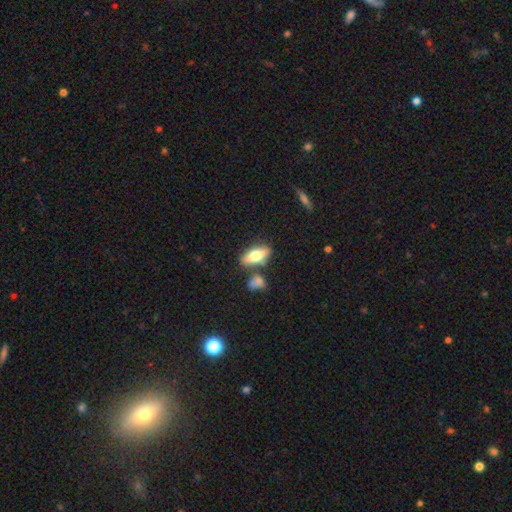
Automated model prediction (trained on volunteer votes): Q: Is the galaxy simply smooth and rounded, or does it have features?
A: smooth — 69%.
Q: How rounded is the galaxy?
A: in between — 80%.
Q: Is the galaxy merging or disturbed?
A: none — 67%.